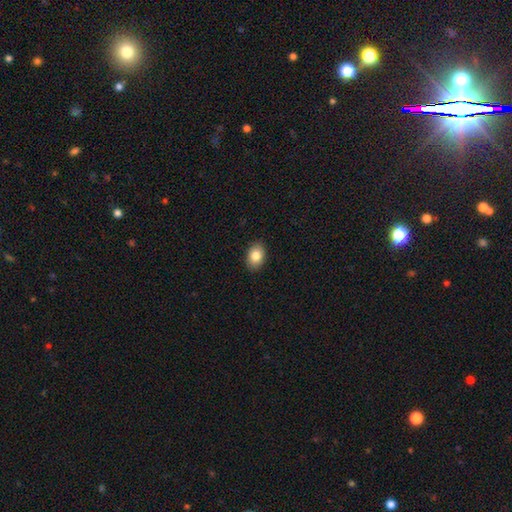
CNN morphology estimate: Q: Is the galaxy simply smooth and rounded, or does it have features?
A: smooth — 84%.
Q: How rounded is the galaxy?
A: in between — 82%.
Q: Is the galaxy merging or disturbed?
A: none — 90%.